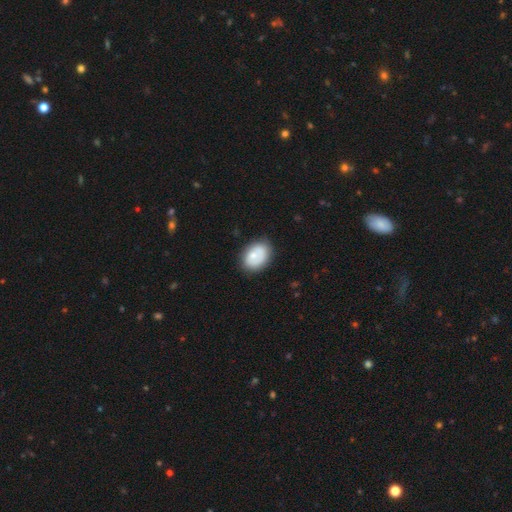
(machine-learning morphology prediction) This appears to be a smooth galaxy with no disk features (65%) that is in between round and cigar-shaped (70%). Merging: none (74%).